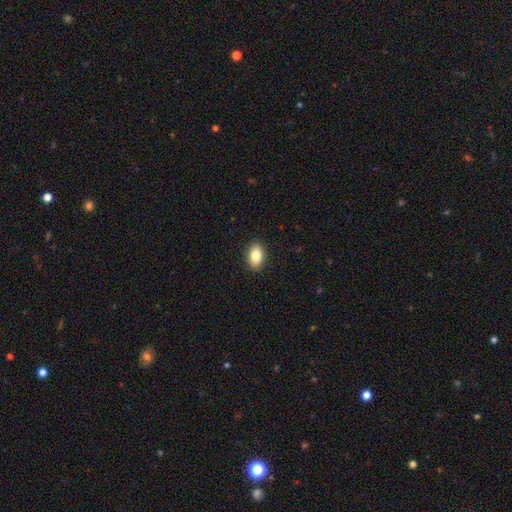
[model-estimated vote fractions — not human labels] Morphology: type=smooth (83%); roundness=in between (88%); merging=none (91%).